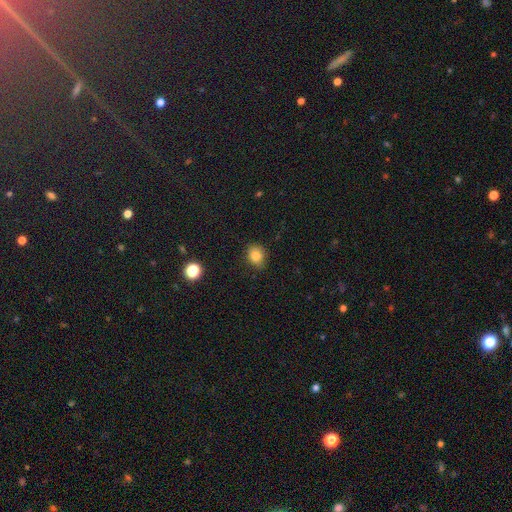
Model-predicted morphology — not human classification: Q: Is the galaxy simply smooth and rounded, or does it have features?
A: smooth — 81%.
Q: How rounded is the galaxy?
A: round — 66%.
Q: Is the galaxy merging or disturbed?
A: none — 84%.